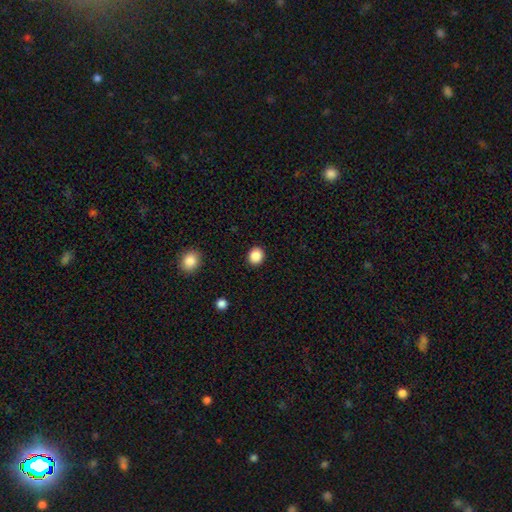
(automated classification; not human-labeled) A smooth galaxy with no disk features (87%) that is round (78%). Merging: none (91%).